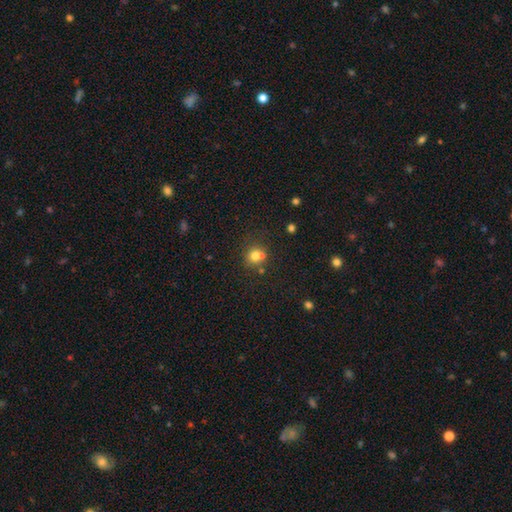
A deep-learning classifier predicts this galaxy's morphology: Smooth or featured: smooth — 72% (star or artifact — 15%)
How rounded: round — 84% (in between — 15%)
Merging: none — 53% (merger — 35%)